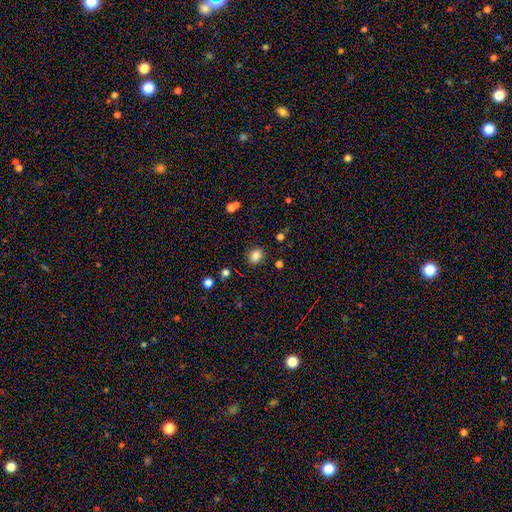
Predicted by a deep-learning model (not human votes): A smooth galaxy with no disk features (83%) that is round (70%).

Vote fractions:
- Smooth or featured? smooth: 83% / star or artifact: 11% / featured or disk: 5%
- How rounded? round: 70% / in between: 29% / cigar-shaped: 1%
- Merging? none: 87% / minor disturbance: 8% / major disturbance: 2% / merger: 2%